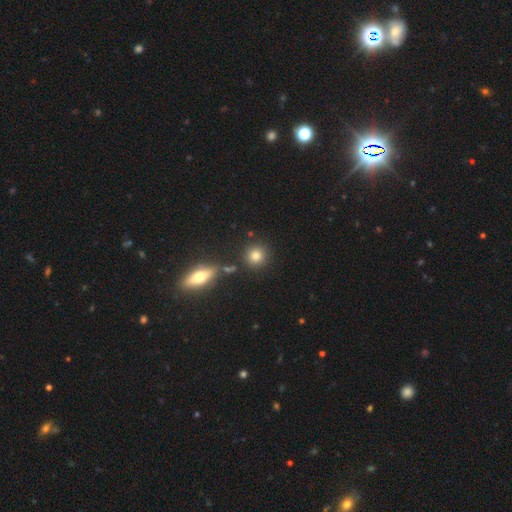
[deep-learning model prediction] This appears to be a smooth galaxy with no disk features (79%) that is round (91%). Merging: none (83%).